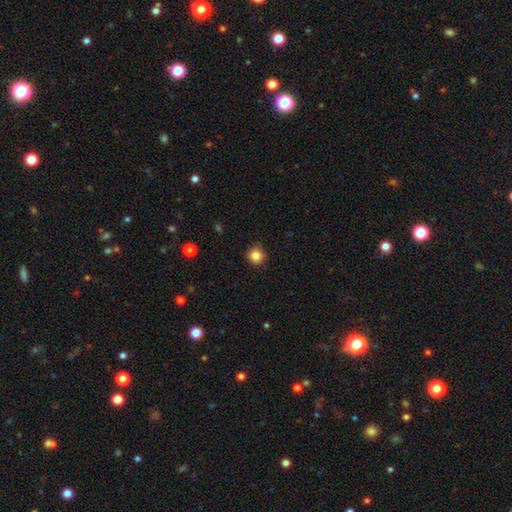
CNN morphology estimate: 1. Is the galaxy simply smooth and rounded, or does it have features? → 84% smooth, 11% star or artifact, 5% featured or disk.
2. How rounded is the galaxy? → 92% round, 7% in between, 1% cigar-shaped.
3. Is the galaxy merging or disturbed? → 86% none, 11% minor disturbance, 2% major disturbance, 1% merger.